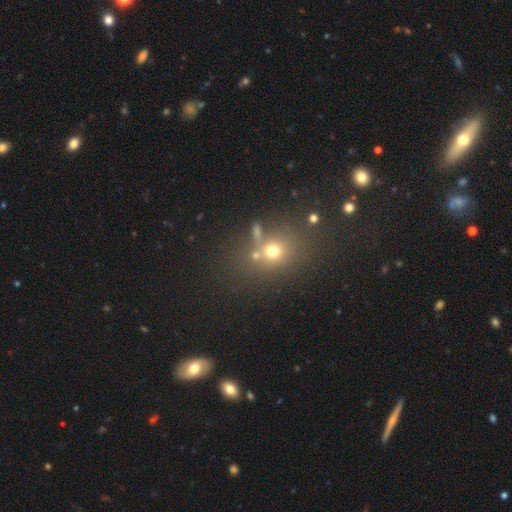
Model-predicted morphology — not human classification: This appears to be a smooth galaxy with no disk features (59%) that is round (64%). Merging: none (62%).